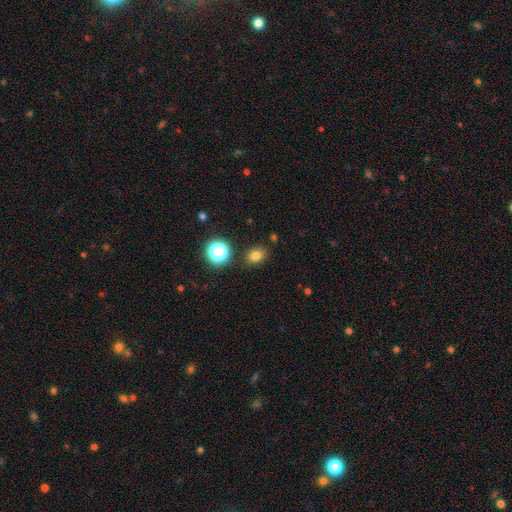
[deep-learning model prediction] Smooth or featured? Predicted: smooth (p=0.76). How rounded? Predicted: in between (p=0.54). Merging? Predicted: none (p=0.85).